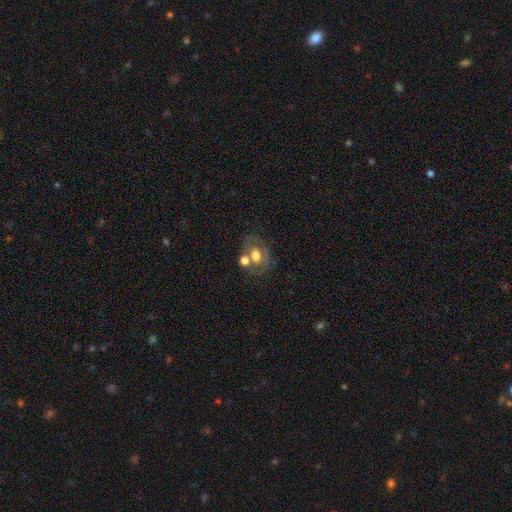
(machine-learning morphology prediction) Smooth or featured: smooth — 53% (featured or disk — 37%)
How rounded: in between — 61% (round — 38%)
Merging: none — 46% (merger — 33%)